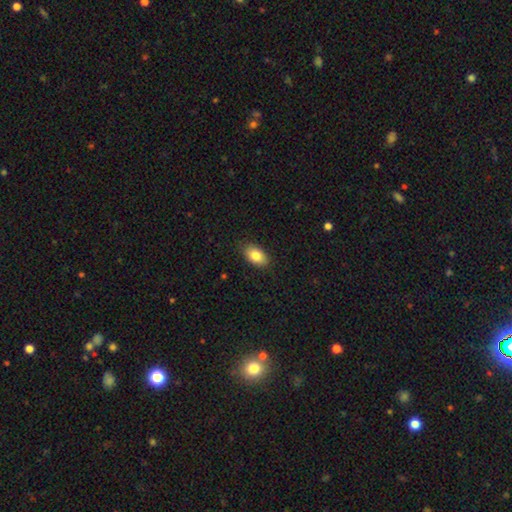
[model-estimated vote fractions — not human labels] The model was most divided on "smooth or featured": smooth: 83%, featured or disk: 9%, star or artifact: 7%. More confident: how rounded — in between (92%); merging — none (87%).